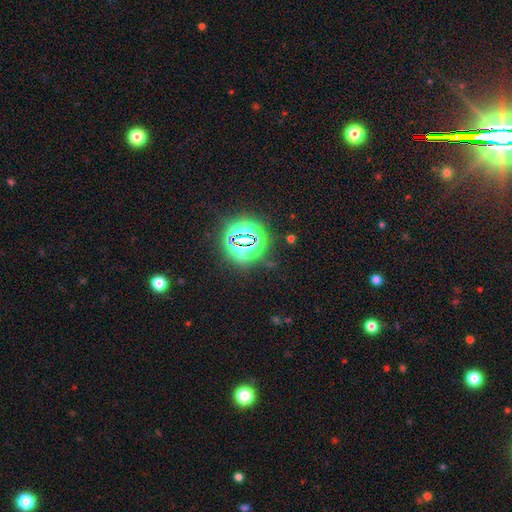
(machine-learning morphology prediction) Smooth or featured?
  - star or artifact: 80% *
  - smooth: 12%
  - featured or disk: 7%